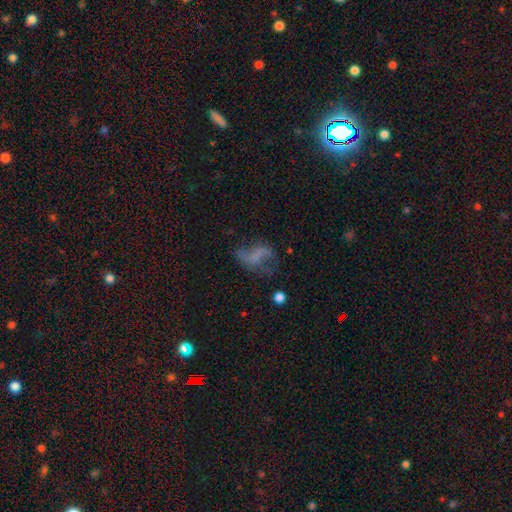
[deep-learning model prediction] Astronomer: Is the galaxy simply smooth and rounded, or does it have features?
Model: featured or disk — 51% (runner-up: smooth, 33%).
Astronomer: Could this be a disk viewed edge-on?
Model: no — 96%.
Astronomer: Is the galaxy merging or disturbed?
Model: none — 40% (runner-up: major disturbance, 34%).